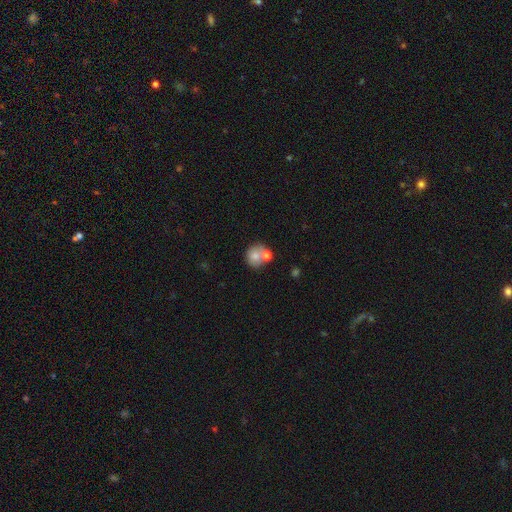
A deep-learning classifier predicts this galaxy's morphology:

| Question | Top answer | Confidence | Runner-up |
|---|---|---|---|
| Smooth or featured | smooth | 75% | featured or disk (16%) |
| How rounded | round | 84% | in between (15%) |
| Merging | none | 50% | merger (34%) |